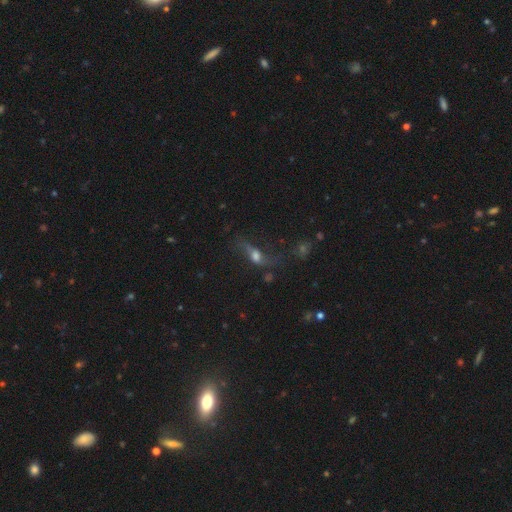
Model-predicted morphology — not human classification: featured or disk 51%, smooth 34%, star or artifact 15%. Down the decision tree: edge-on disk — no (65%); merging — none (44%).